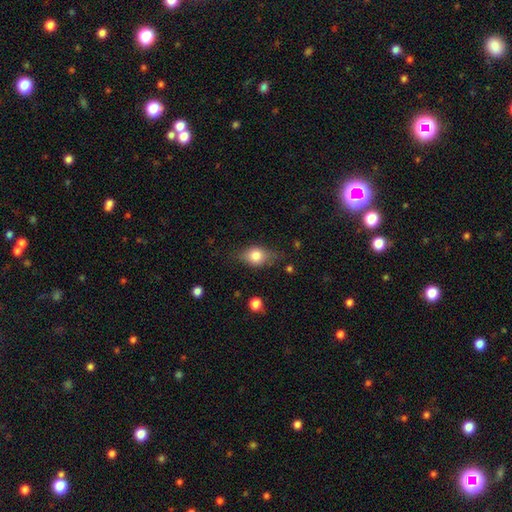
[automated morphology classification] Overall: smooth (76%). How rounded: in between (68%; round 28%). Merging: none (65%).